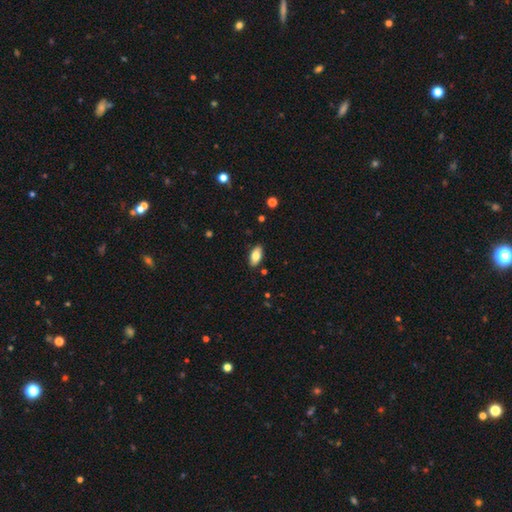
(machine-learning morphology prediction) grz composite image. It shows a smooth galaxy with no disk features (81%) that is in between round and cigar-shaped (91%). Merging: none (87%).